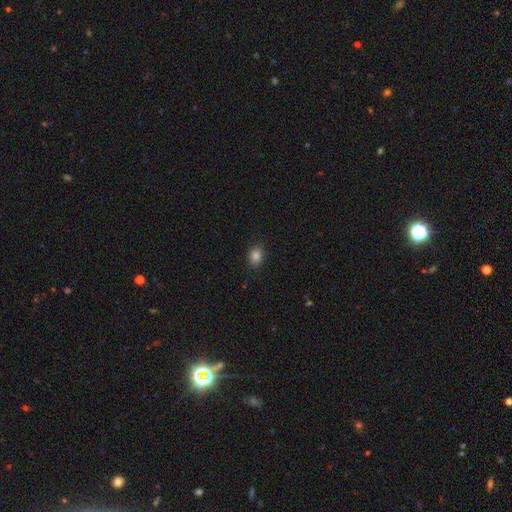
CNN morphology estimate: A smooth galaxy with no disk features (84%) that is in between round and cigar-shaped (60%).

Vote fractions:
- Smooth or featured? smooth: 84% / star or artifact: 11% / featured or disk: 5%
- How rounded? in between: 60% / round: 39% / cigar-shaped: 1%
- Merging? none: 88% / minor disturbance: 9% / major disturbance: 2% / merger: 1%